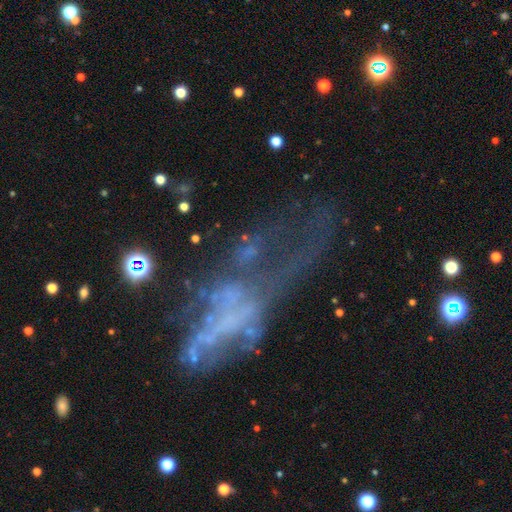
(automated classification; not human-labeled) This appears to be a featured or disk galaxy (53%). Merging: major disturbance (44%).